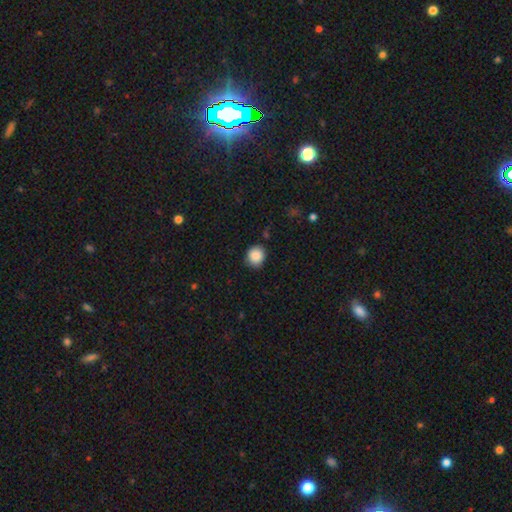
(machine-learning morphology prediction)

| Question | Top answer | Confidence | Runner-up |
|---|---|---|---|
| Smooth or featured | smooth | 88% | star or artifact (9%) |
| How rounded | round | 85% | in between (14%) |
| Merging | none | 83% | minor disturbance (13%) |